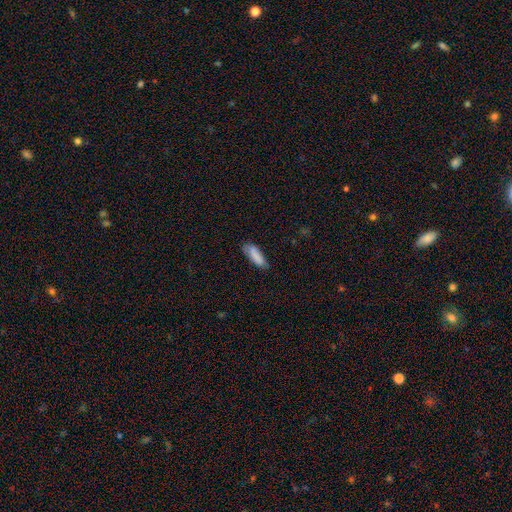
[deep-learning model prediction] A smooth galaxy with no disk features (84%) that is in between round and cigar-shaped (55%).

Vote fractions:
- Smooth or featured? smooth: 84% / featured or disk: 9% / star or artifact: 7%
- How rounded? in between: 55% / cigar-shaped: 43% / round: 2%
- Merging? none: 68% / minor disturbance: 24% / major disturbance: 5% / merger: 2%